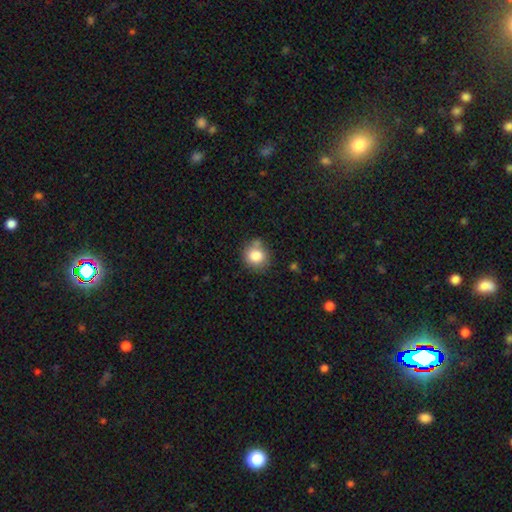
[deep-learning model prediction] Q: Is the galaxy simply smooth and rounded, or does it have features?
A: smooth — 82%.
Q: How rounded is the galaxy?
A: round — 82%.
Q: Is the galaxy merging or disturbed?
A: none — 68%.